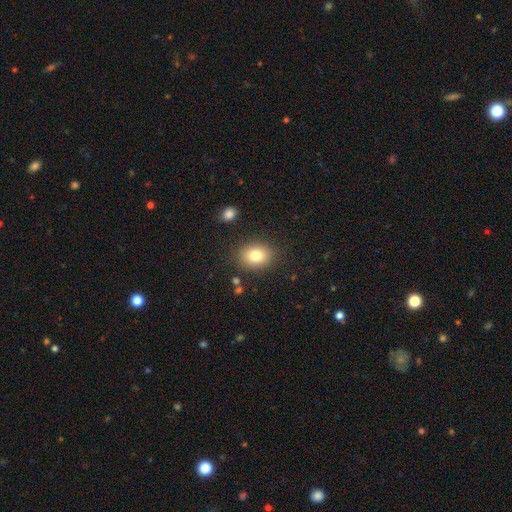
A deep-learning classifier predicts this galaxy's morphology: Smooth or featured? Predicted: smooth (p=0.80). How rounded? Predicted: in between (p=0.51). Merging? Predicted: none (p=0.85).